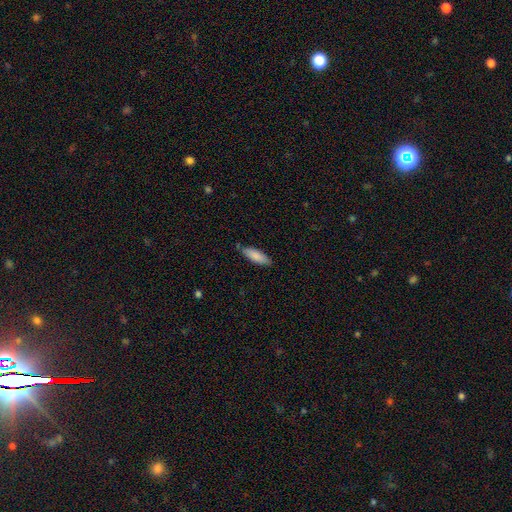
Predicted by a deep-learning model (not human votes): smooth_or_featured: smooth (p=0.85) [alt: featured or disk p=0.09]
how_rounded: in between (p=0.54) [alt: cigar-shaped p=0.44]
merging: none (p=0.80) [alt: minor disturbance p=0.15]